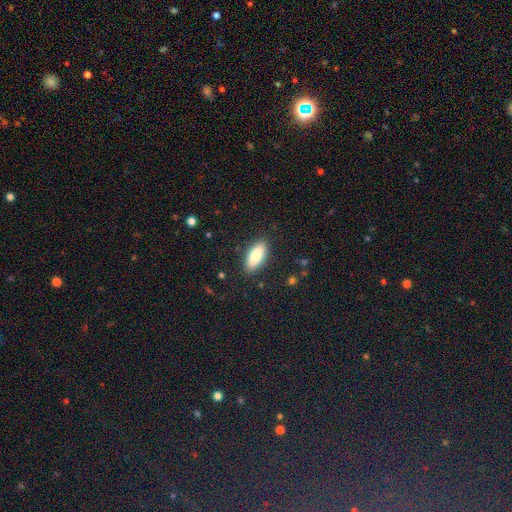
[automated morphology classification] This appears to be a smooth galaxy with no disk features (80%) that is in between round and cigar-shaped (83%). Merging: none (88%).